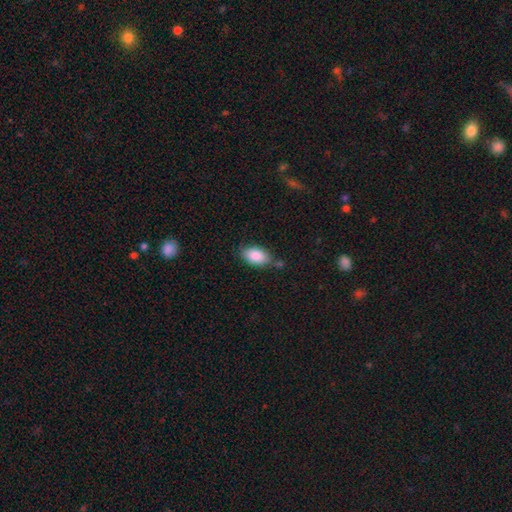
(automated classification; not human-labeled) Overall: smooth (88%). How rounded: in between (92%). Merging: none (67%).